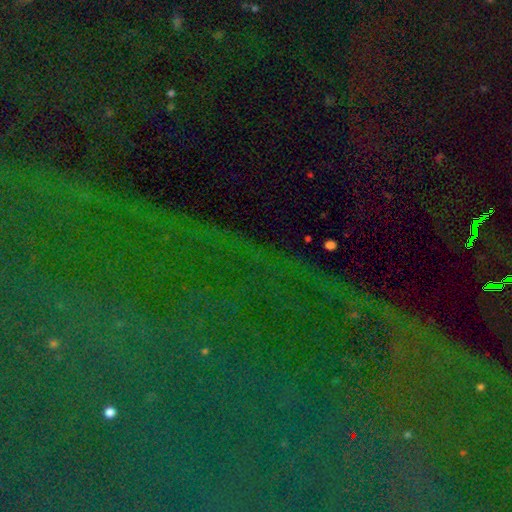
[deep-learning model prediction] Smooth or featured: star or artifact — 83% (featured or disk — 9%)